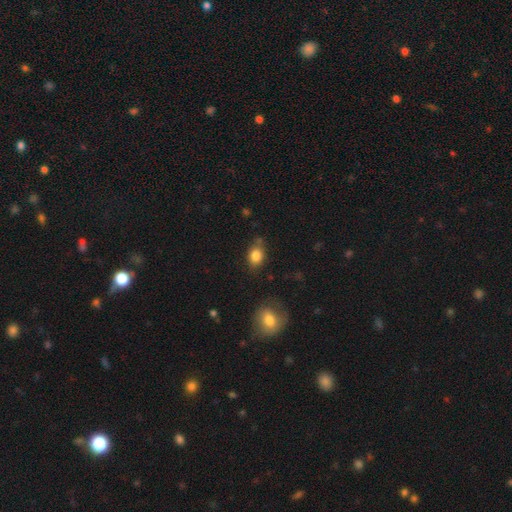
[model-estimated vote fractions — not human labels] A smooth galaxy with no disk features (84%) that is in between round and cigar-shaped (63%). Merging: none (68%).